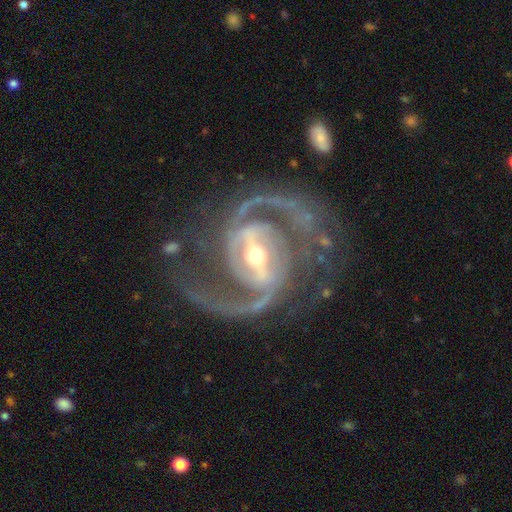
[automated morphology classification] Smooth or featured? featured or disk (92%)
Edge-on disk? no (97%)
Bar? strong (67%)
Spiral arms? yes (97%)
Spiral winding? medium (55%)
Spiral arm count? 2 (85%)
Bulge size? moderate (55%)
Merging? none (68%)